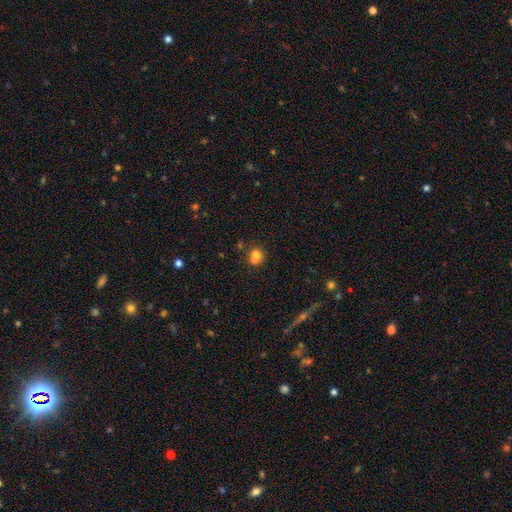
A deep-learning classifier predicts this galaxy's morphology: smooth 76%, featured or disk 12%, star or artifact 12%. Down the decision tree: how rounded — round (71%); merging — none (45%).